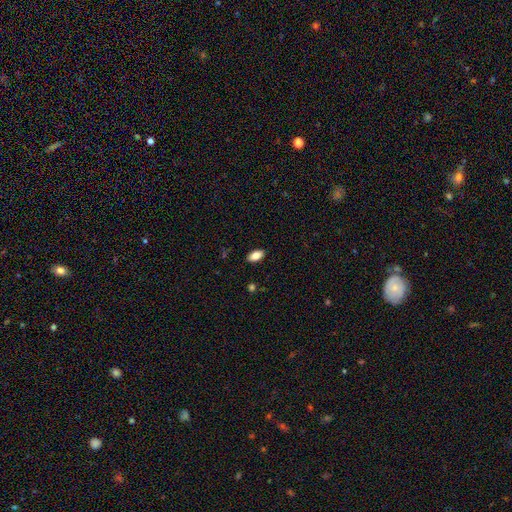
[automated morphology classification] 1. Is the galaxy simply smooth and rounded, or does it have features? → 86% smooth, 8% star or artifact, 6% featured or disk.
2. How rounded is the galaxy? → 92% in between, 5% cigar-shaped, 3% round.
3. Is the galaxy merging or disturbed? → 89% none, 8% minor disturbance, 2% major disturbance, 1% merger.